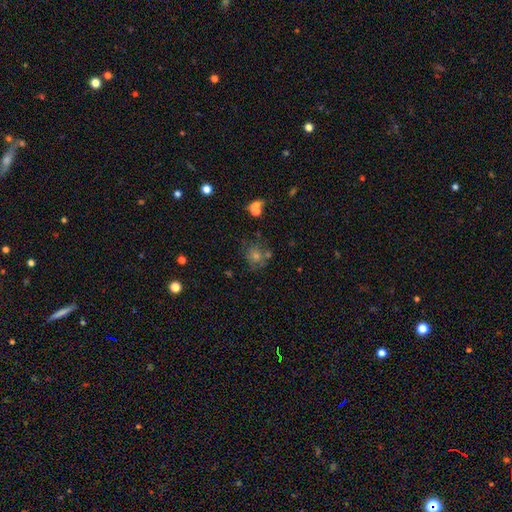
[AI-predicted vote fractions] Smooth or featured?
  - smooth: 50% *
  - star or artifact: 30%
  - featured or disk: 20%
How rounded?
  - round: 83% *
  - in between: 16%
  - cigar-shaped: 1%
Merging?
  - none: 67% *
  - minor disturbance: 15%
  - merger: 10%
  - major disturbance: 8%